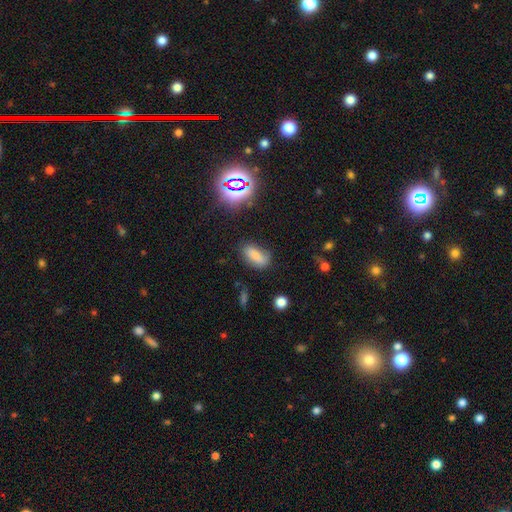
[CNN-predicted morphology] smooth-or-featured: smooth: 73% | star or artifact: 15% | featured or disk: 12%
  how-rounded: in between: 88% | cigar-shaped: 7% | round: 5%
  merging: none: 69% | minor disturbance: 22% | major disturbance: 6% | merger: 3%